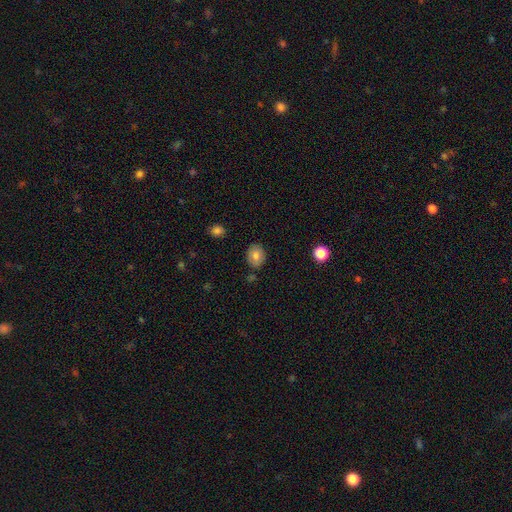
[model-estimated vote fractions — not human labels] Smooth or featured: smooth — 79% (featured or disk — 12%)
How rounded: in between — 51% (round — 48%)
Merging: none — 82% (minor disturbance — 12%)